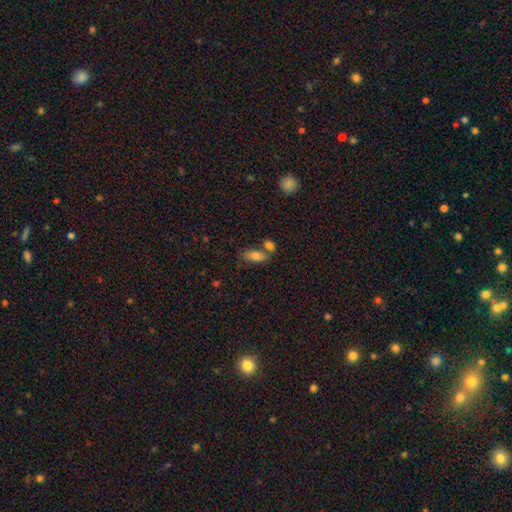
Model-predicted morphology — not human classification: This appears to be a smooth galaxy with no disk features (74%) that is in between round and cigar-shaped (83%). Merging: none (50%).